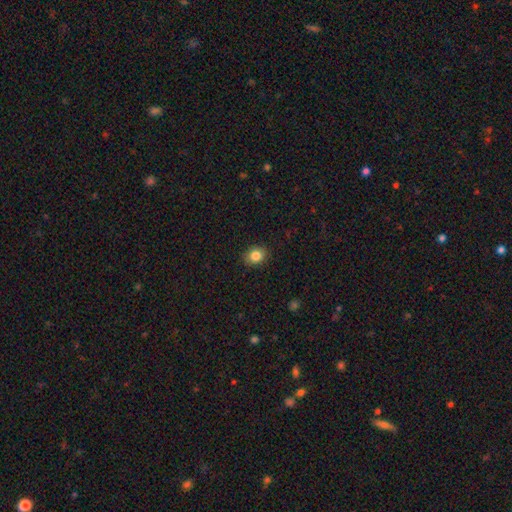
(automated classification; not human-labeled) Q: Smooth or featured?
A: smooth (85%); runner-up: star or artifact (10%)
Q: How rounded?
A: round (55%); runner-up: in between (44%)
Q: Merging?
A: none (89%); runner-up: minor disturbance (8%)